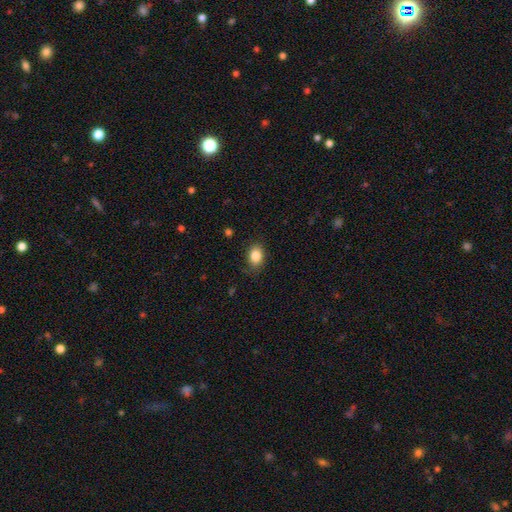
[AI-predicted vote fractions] This is clearly a smooth galaxy (85%). How rounded: likely in between (75%). Merging: clearly none (84%).